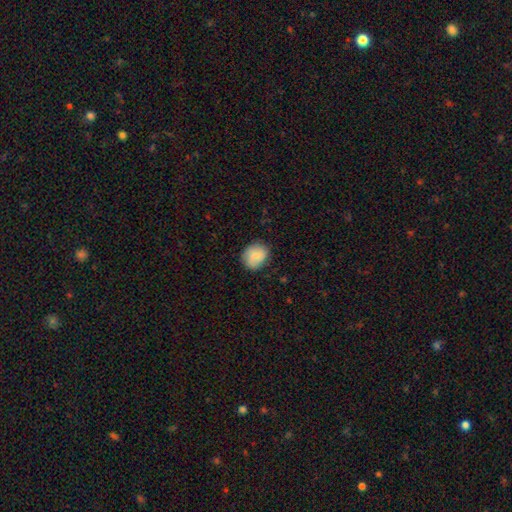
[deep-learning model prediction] Smooth or featured? smooth (81%)
How rounded? round (68%)
Merging? none (78%)